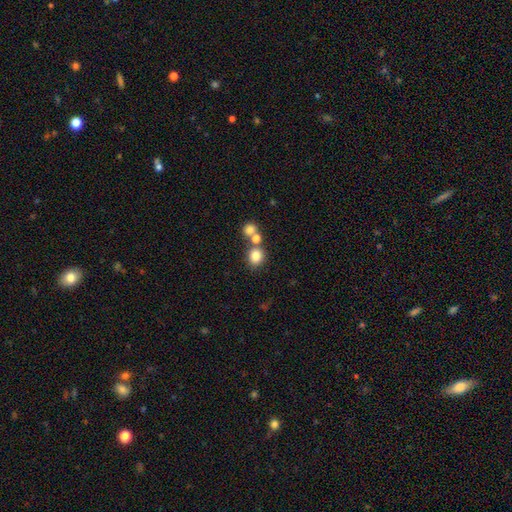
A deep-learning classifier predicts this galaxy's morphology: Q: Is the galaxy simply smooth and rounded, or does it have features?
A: smooth — 80%.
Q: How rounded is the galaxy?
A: round — 78%.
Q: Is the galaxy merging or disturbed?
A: none — 63%.